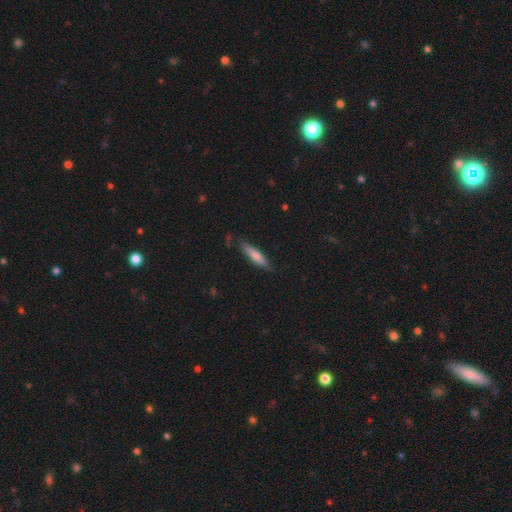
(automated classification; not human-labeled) Smooth or featured: smooth — 67% (featured or disk — 27%)
How rounded: cigar-shaped — 81% (in between — 18%)
Merging: none — 82% (minor disturbance — 14%)